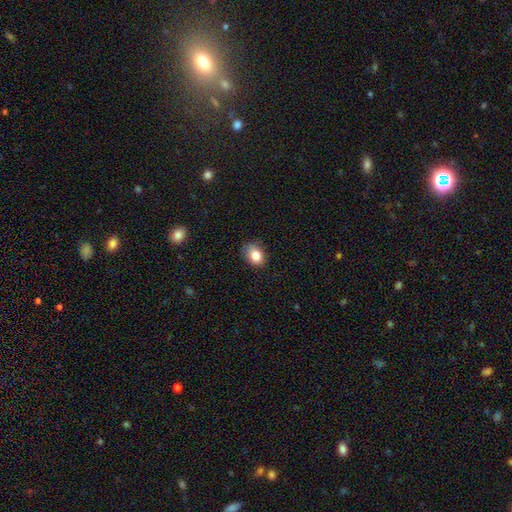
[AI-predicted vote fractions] Smooth or featured?
  - smooth: 83% *
  - star or artifact: 9%
  - featured or disk: 8%
How rounded?
  - in between: 68% *
  - round: 31%
  - cigar-shaped: 1%
Merging?
  - none: 75% *
  - minor disturbance: 20%
  - major disturbance: 4%
  - merger: 1%